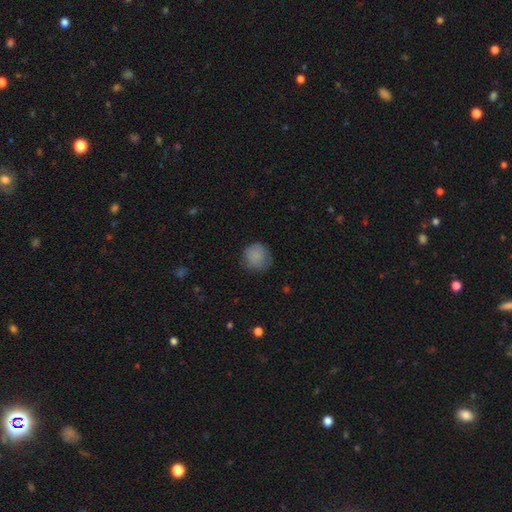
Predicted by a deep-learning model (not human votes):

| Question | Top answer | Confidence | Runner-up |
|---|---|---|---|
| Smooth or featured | smooth | 85% | star or artifact (8%) |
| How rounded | round | 91% | in between (8%) |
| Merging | none | 75% | minor disturbance (19%) |